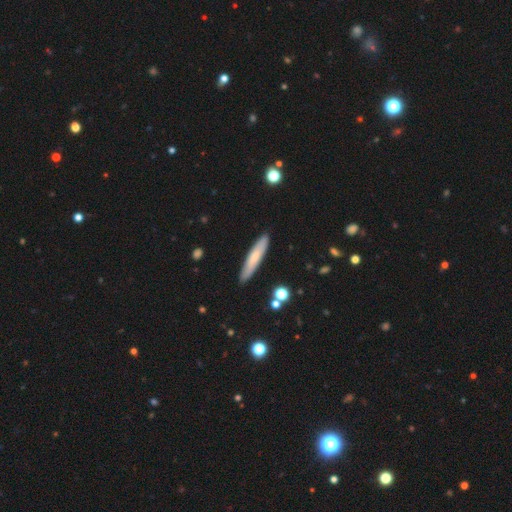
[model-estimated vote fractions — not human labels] smooth 67%, featured or disk 27%, star or artifact 6%. Down the decision tree: how rounded — cigar-shaped (90%); merging — none (88%).